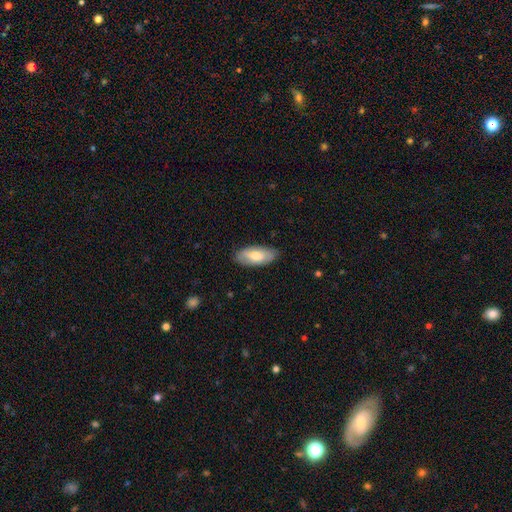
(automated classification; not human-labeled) A smooth galaxy with no disk features (60%) that is in between round and cigar-shaped (88%). Merging: none (82%).